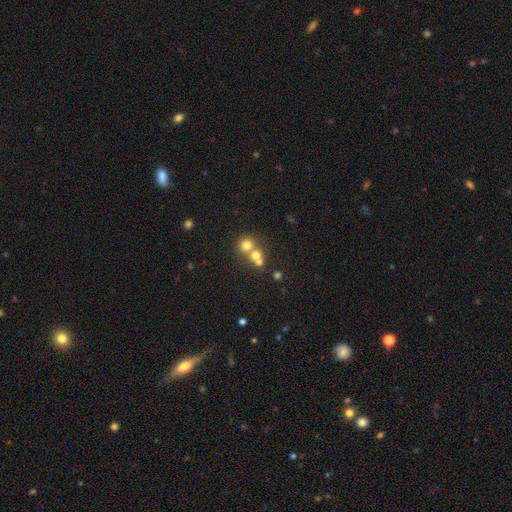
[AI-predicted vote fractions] smooth-or-featured: smooth: 68% | featured or disk: 17% | star or artifact: 15%
  how-rounded: round: 84% | in between: 15% | cigar-shaped: 1%
  merging: merger: 56% | none: 36% | minor disturbance: 5% | major disturbance: 3%